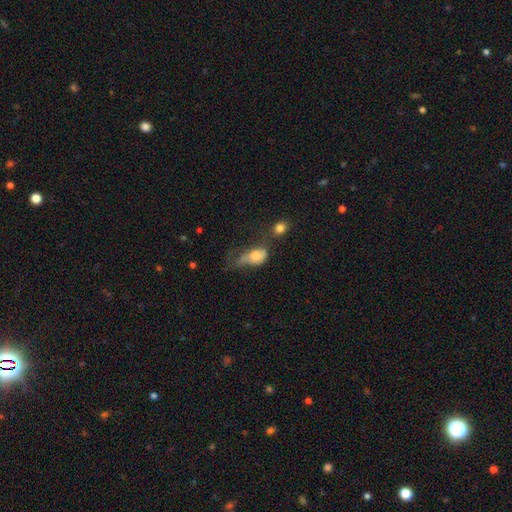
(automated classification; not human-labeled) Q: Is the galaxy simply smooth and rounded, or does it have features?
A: smooth — 64%.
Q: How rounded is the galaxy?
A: in between — 75%.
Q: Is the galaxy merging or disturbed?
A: major disturbance — 45%.